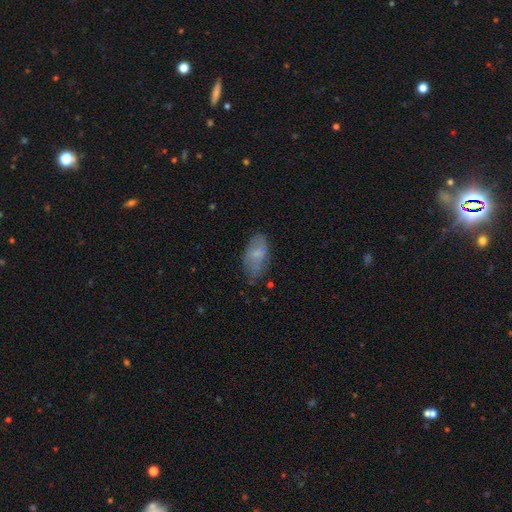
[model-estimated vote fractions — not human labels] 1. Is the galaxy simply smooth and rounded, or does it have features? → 61% smooth, 31% featured or disk, 8% star or artifact.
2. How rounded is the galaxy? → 92% in between, 4% cigar-shaped, 4% round.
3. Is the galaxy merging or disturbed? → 58% none, 29% minor disturbance, 11% major disturbance, 2% merger.